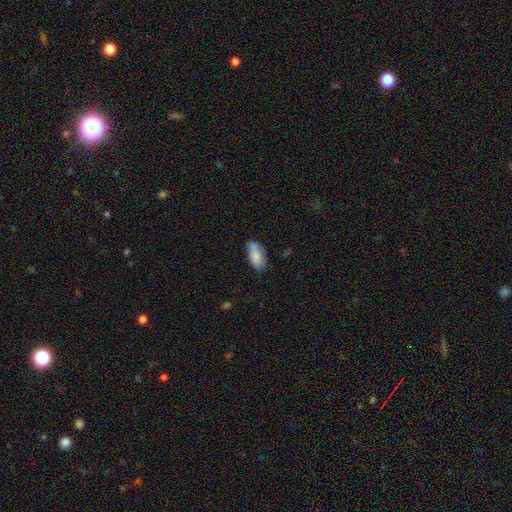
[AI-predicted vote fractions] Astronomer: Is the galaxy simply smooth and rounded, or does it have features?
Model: smooth — 83%.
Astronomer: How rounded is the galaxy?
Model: in between — 87%.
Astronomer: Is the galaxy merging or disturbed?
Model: none — 59%.